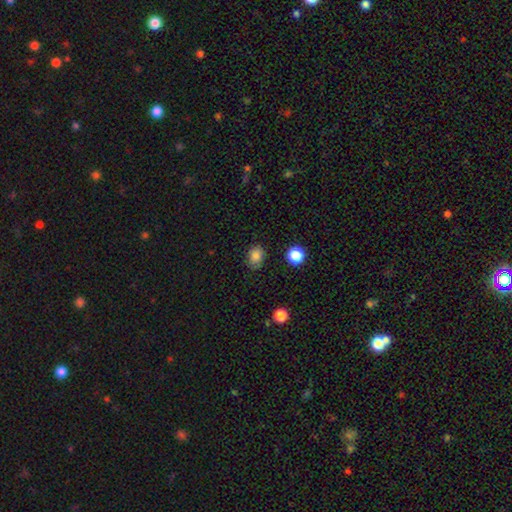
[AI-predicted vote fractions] This is clearly a smooth galaxy (83%). How rounded: possibly in between (55%). Merging: clearly none (81%).